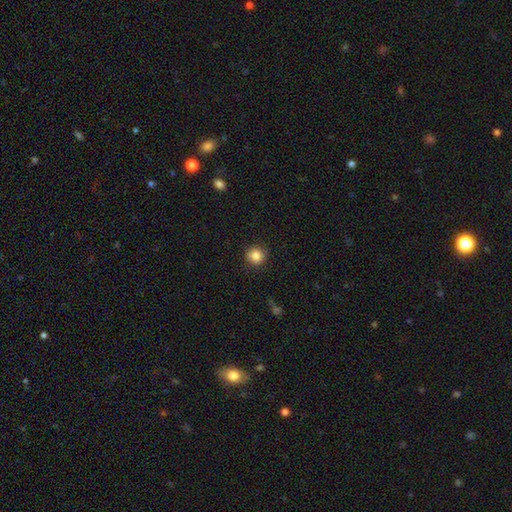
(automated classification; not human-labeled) This appears to be a smooth galaxy with no disk features (85%) that is round (93%). Merging: none (90%).